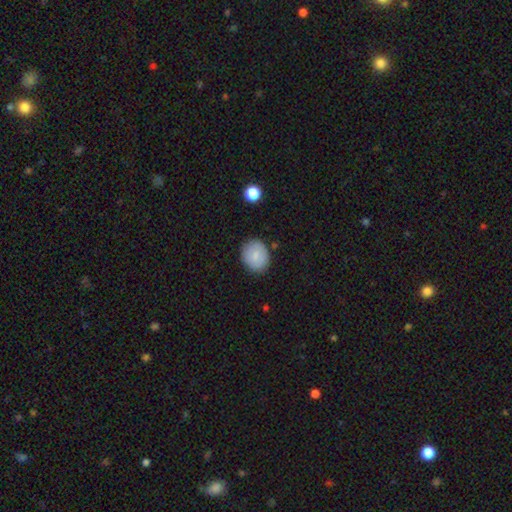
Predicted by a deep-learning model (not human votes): Smooth or featured?
  - smooth: 79% *
  - featured or disk: 14%
  - star or artifact: 7%
How rounded?
  - round: 67% *
  - in between: 32%
  - cigar-shaped: 1%
Merging?
  - none: 84% *
  - minor disturbance: 12%
  - major disturbance: 3%
  - merger: 2%